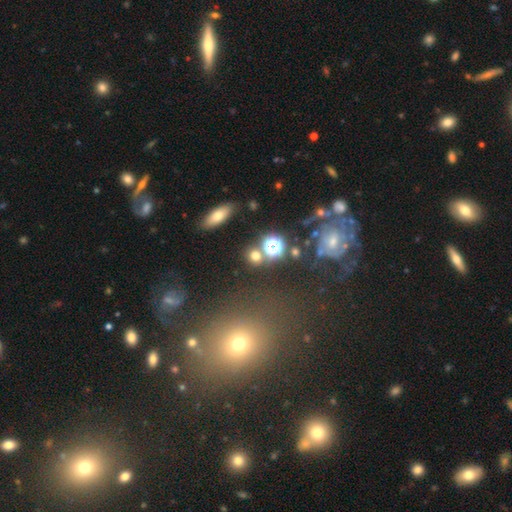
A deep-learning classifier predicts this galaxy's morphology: This is likely a smooth galaxy (66%). How rounded: clearly round (85%). Merging: likely none (75%).